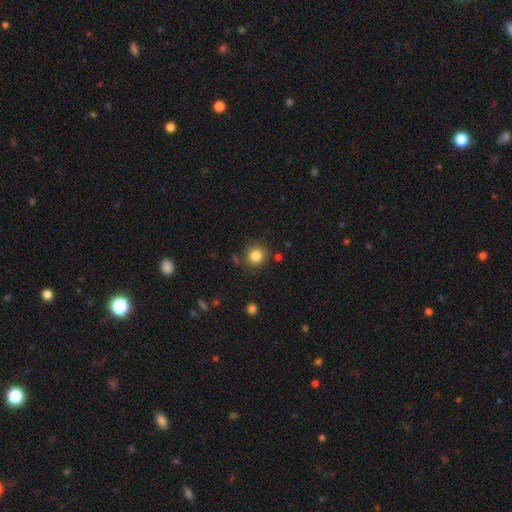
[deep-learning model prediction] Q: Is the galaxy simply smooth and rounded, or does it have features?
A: smooth — 84%.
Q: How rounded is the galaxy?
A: round — 89%.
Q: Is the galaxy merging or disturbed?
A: none — 81%.